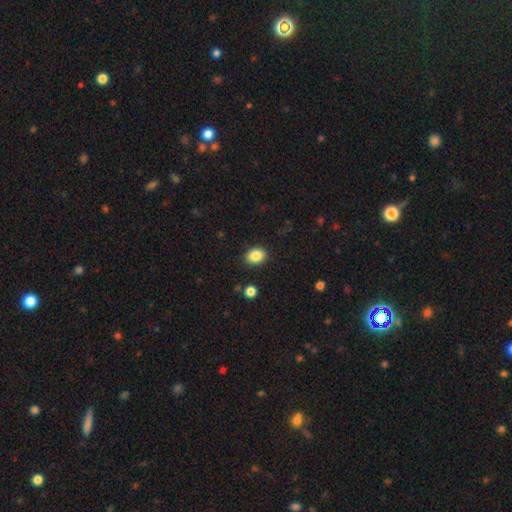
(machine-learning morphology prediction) This is clearly a smooth galaxy (86%). How rounded: likely in between (61%). Merging: clearly none (89%).